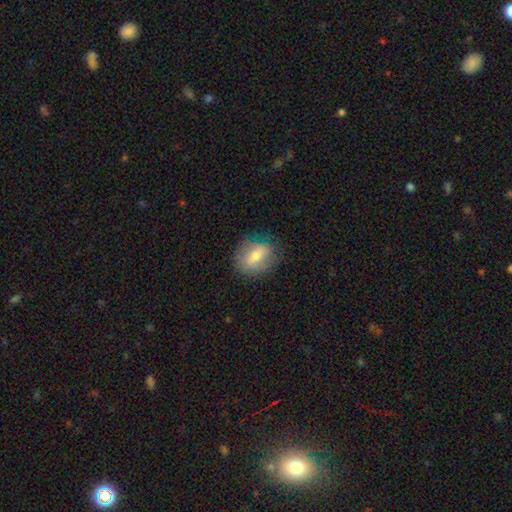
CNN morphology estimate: Smooth or featured?
  - smooth: 63% *
  - featured or disk: 29%
  - star or artifact: 8%
How rounded?
  - in between: 55% *
  - round: 43%
  - cigar-shaped: 2%
Merging?
  - none: 77% *
  - minor disturbance: 17%
  - major disturbance: 5%
  - merger: 1%